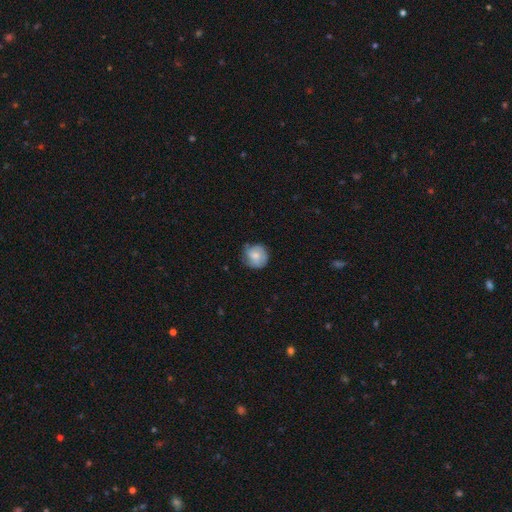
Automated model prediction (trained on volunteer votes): Smooth or featured: smooth — 56% (featured or disk — 37%)
How rounded: round — 84% (in between — 15%)
Merging: none — 65% (minor disturbance — 26%)